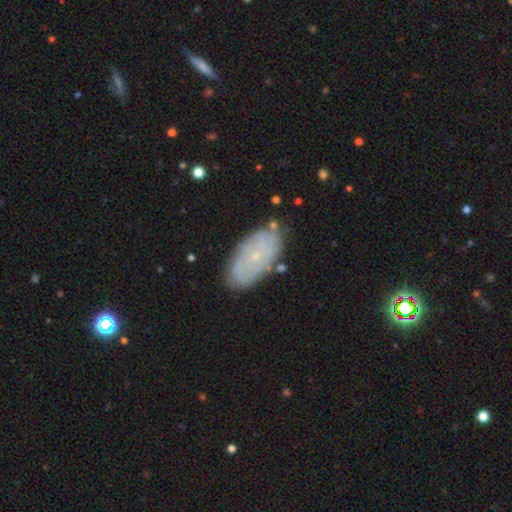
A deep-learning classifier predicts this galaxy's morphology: Smooth or featured? Predicted: featured or disk (p=0.56). Edge-on disk? Predicted: no (p=0.91). Bar? Predicted: no (p=0.83). Spiral arms? Predicted: yes (p=0.69). Bulge size? Predicted: small (p=0.85). Merging? Predicted: none (p=0.79).